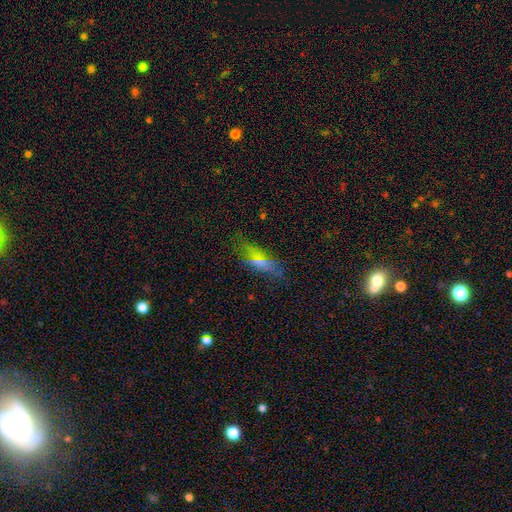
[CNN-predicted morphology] Smooth or featured? Predicted: smooth (p=0.46). Merging? Predicted: none (p=0.69).